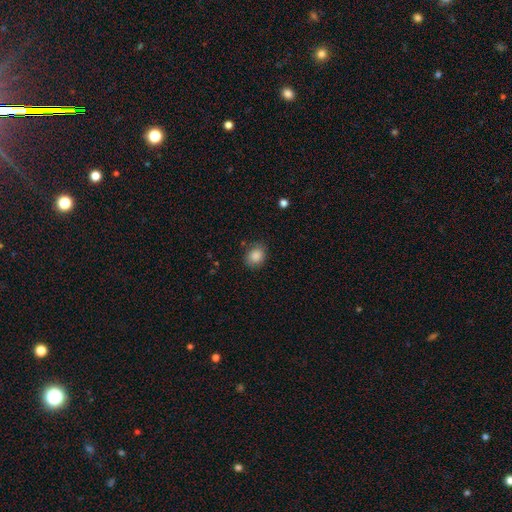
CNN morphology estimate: Smooth or featured? smooth (87%)
How rounded? round (57%)
Merging? none (79%)